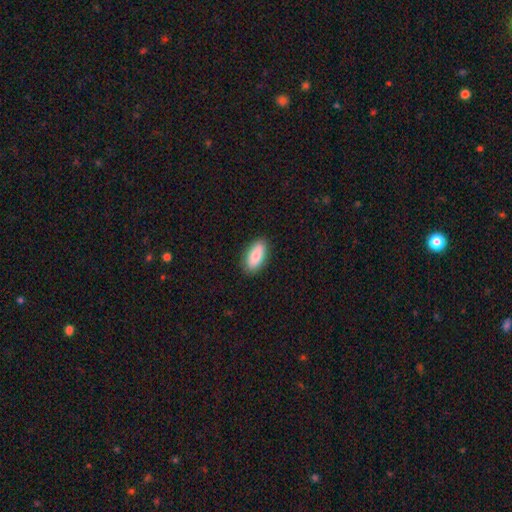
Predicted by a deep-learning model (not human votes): A smooth galaxy with no disk features (84%) that is in between round and cigar-shaped (89%).

Vote fractions:
- Smooth or featured? smooth: 84% / featured or disk: 9% / star or artifact: 6%
- How rounded? in between: 89% / cigar-shaped: 8% / round: 3%
- Merging? none: 89% / minor disturbance: 9% / major disturbance: 2% / merger: 1%